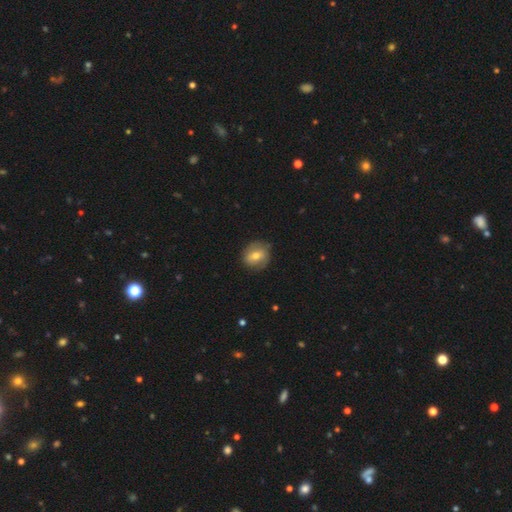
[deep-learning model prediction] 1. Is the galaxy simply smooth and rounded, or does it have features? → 52% smooth, 40% featured or disk, 7% star or artifact.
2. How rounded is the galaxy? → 68% round, 31% in between, 1% cigar-shaped.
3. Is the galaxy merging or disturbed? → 77% none, 17% minor disturbance, 5% major disturbance, 1% merger.